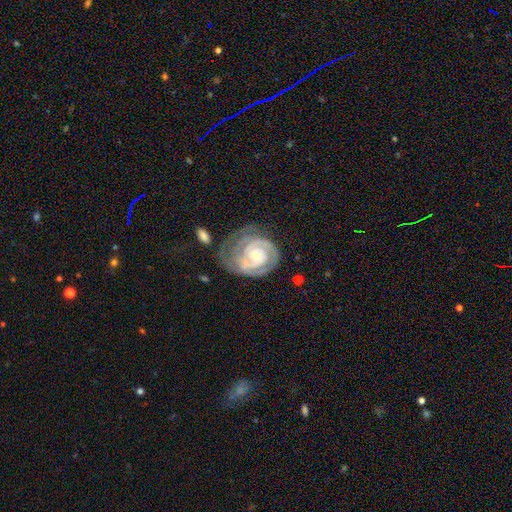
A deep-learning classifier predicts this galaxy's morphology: This is clearly a featured or disk galaxy (88%). It is clearly not viewed edge-on (98%). Bar: likely no (69%). Spiral arm pattern: clearly yes (97%). Spiral arm count: possibly 2 (52%). Spiral winding: likely tight (74%). Central bulge: possibly small (56%). Merging: likely none (60%).